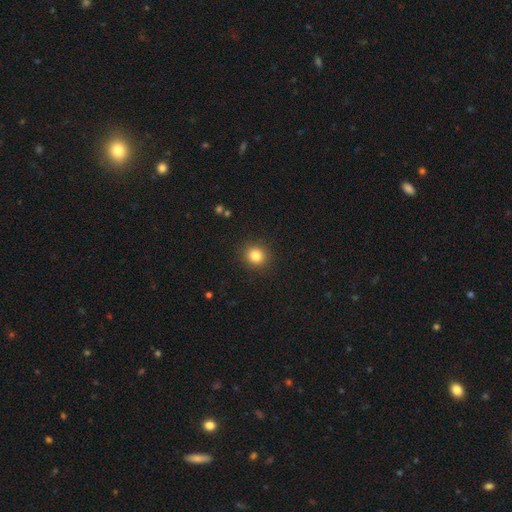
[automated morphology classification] This appears to be a smooth galaxy with no disk features (82%) that is round (88%). Merging: none (91%).